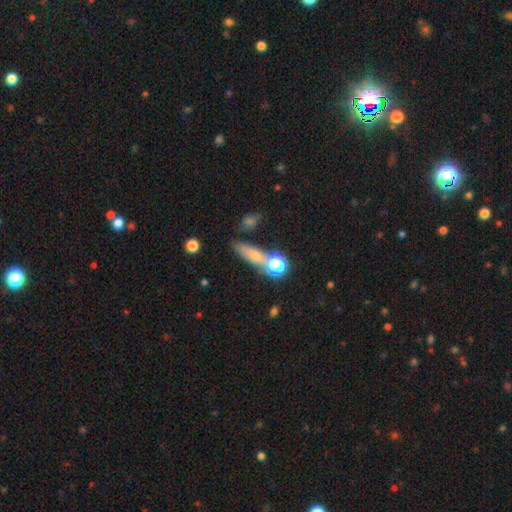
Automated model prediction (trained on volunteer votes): Q: Smooth or featured?
A: smooth (54%); runner-up: featured or disk (25%)
Q: How rounded?
A: cigar-shaped (54%); runner-up: in between (28%)
Q: Merging?
A: none (64%); runner-up: merger (17%)